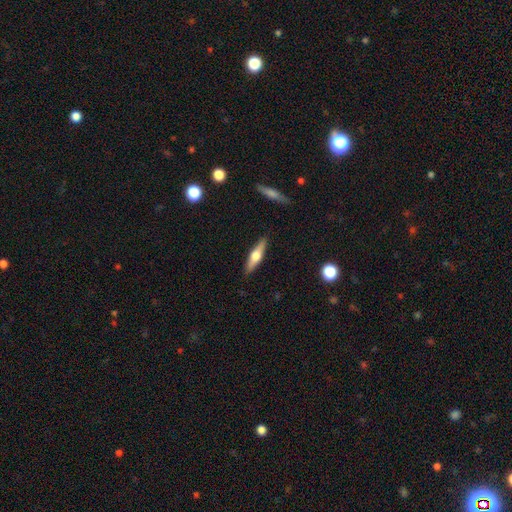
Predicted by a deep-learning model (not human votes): Morphology: type=featured or disk (53%); edge-on=yes (95%); edge-on bulge=rounded (93%); merging=none (90%).